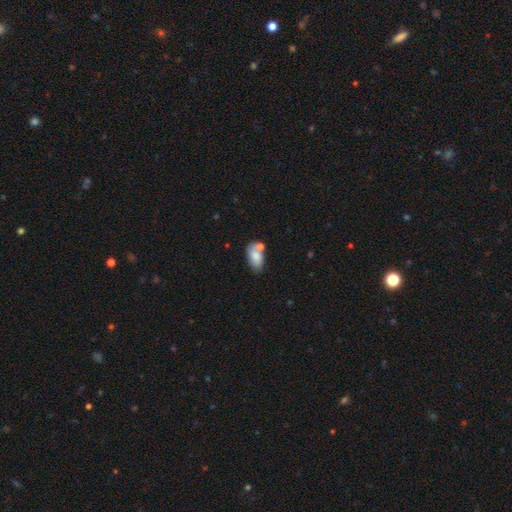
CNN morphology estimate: Smooth or featured? smooth (76%)
How rounded? in between (92%)
Merging? none (50%)